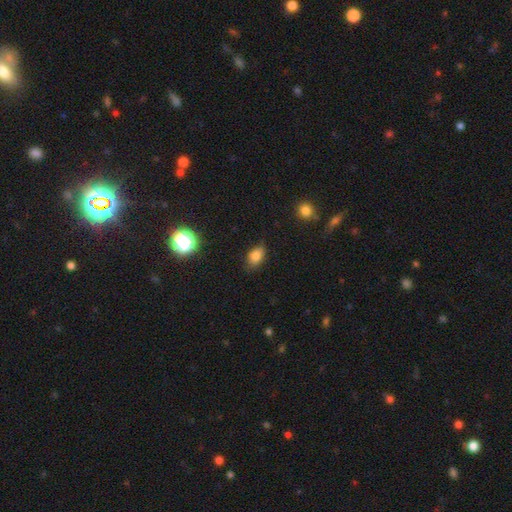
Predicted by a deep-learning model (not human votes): Smooth or featured?
  - smooth: 81% *
  - star or artifact: 12%
  - featured or disk: 8%
How rounded?
  - in between: 82% *
  - round: 16%
  - cigar-shaped: 2%
Merging?
  - none: 79% *
  - minor disturbance: 17%
  - major disturbance: 3%
  - merger: 1%